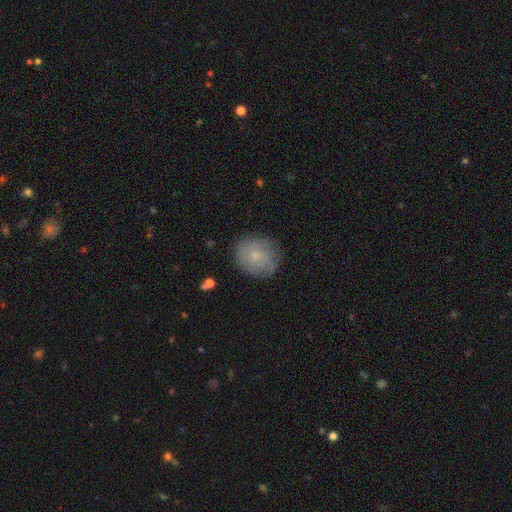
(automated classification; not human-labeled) A smooth galaxy with no disk features (60%) that is round (81%).

Vote fractions:
- Smooth or featured? smooth: 60% / featured or disk: 31% / star or artifact: 9%
- How rounded? round: 81% / in between: 18% / cigar-shaped: 1%
- Merging? none: 77% / minor disturbance: 17% / major disturbance: 5% / merger: 1%